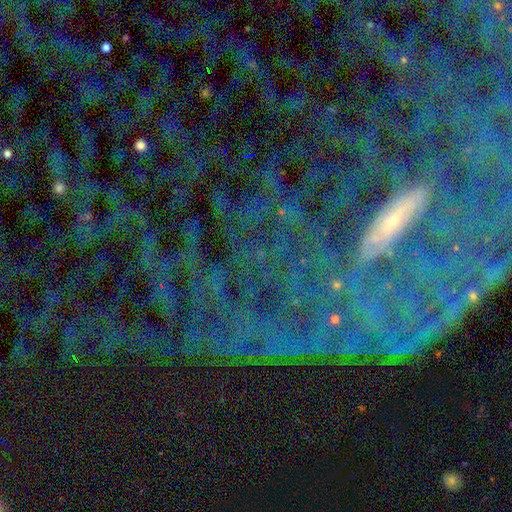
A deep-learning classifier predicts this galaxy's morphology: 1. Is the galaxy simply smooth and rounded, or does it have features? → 60% star or artifact, 28% featured or disk, 12% smooth.